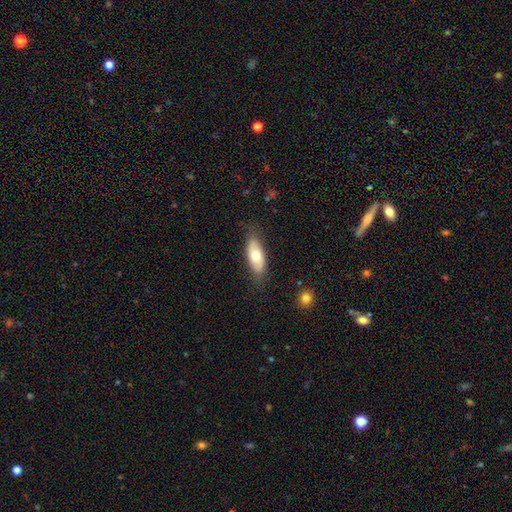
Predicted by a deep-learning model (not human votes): smooth 63%, featured or disk 31%, star or artifact 6%. Down the decision tree: how rounded — in between (82%); merging — none (78%).